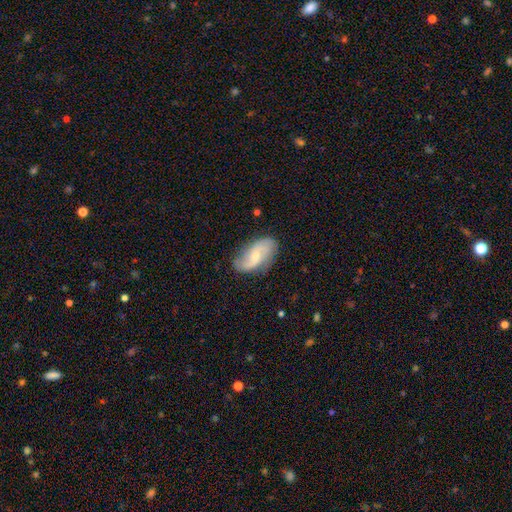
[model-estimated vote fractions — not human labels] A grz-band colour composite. It shows a featured or disk galaxy (70%) with no bar (47%), 2 (82%) loose (52%) spiral arms (92%) and a small central bulge (57%). Merging: none (73%).